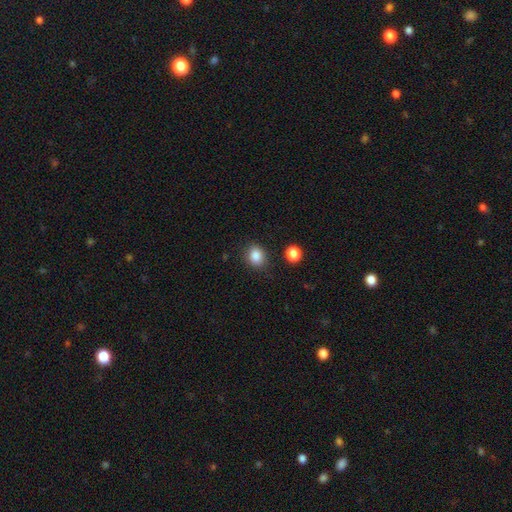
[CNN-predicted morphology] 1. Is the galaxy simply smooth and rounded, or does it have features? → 85% smooth, 10% star or artifact, 4% featured or disk.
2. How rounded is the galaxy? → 59% round, 40% in between, 1% cigar-shaped.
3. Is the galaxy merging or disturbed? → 84% none, 10% minor disturbance, 3% major disturbance, 3% merger.